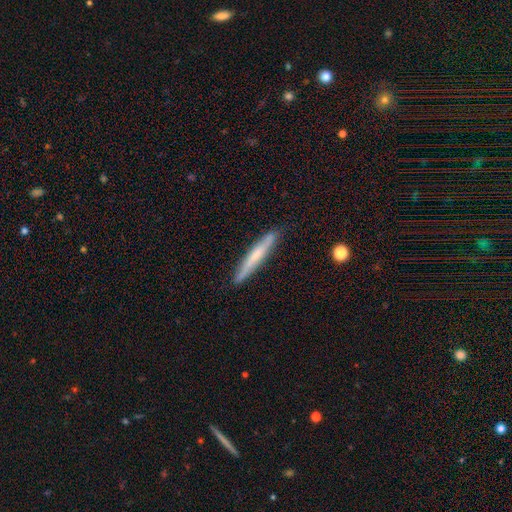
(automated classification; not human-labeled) A smooth galaxy with no disk features (52%) that is cigar-shaped (95%). Merging: none (86%).